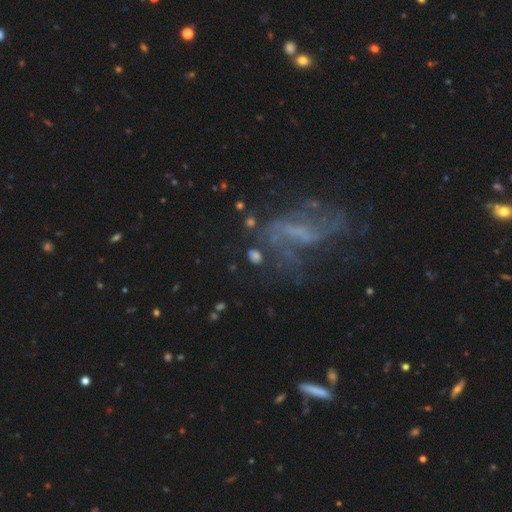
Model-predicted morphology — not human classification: The model was most divided on "bar": weak: 38%, no: 35%, strong: 27%. Remaining: edge-on disk — no (95%); spiral arms — yes (69%); smooth or featured — featured or disk (57%); merging — none (53%); bulge size — none (45%).